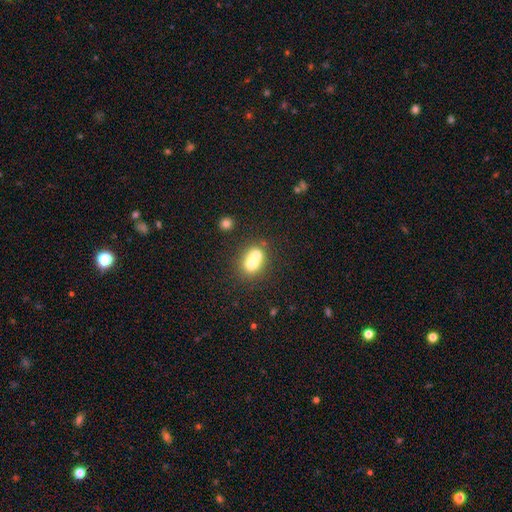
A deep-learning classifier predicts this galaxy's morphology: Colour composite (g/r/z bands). It shows a smooth galaxy with no disk features (66%) that is round (53%). Merging: merger (67%).